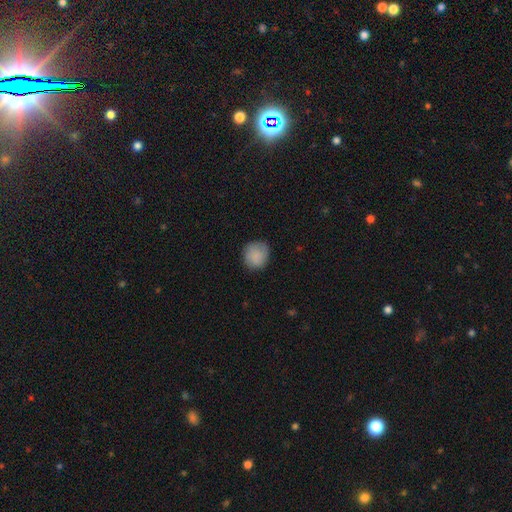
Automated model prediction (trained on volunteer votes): Q: Smooth or featured?
A: smooth (87%); runner-up: star or artifact (7%)
Q: How rounded?
A: round (84%); runner-up: in between (15%)
Q: Merging?
A: none (79%); runner-up: minor disturbance (16%)